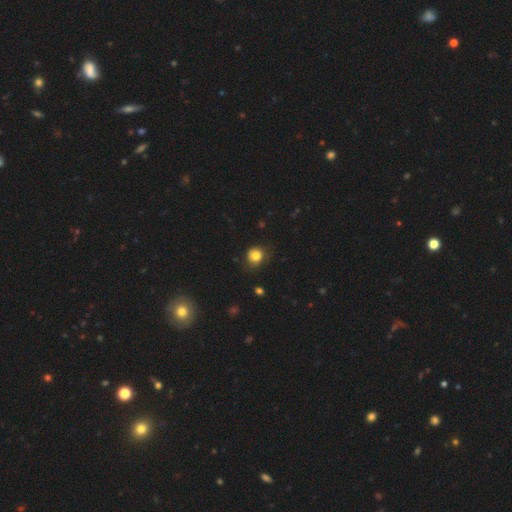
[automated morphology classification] This appears to be a smooth galaxy with no disk features (82%) that is round (81%). Merging: none (72%).